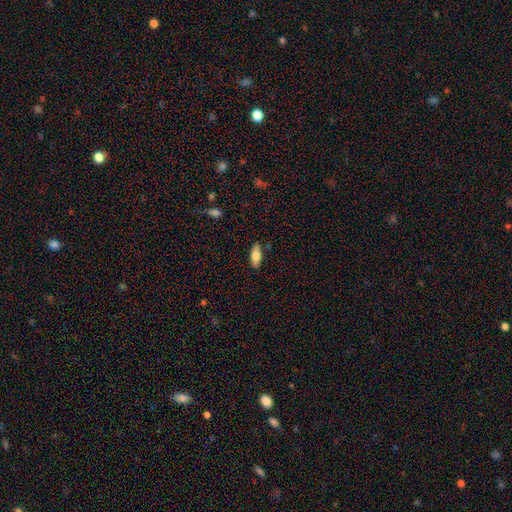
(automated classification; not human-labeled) Q: Smooth or featured?
A: smooth (75%); runner-up: featured or disk (18%)
Q: How rounded?
A: in between (78%); runner-up: cigar-shaped (19%)
Q: Merging?
A: none (86%); runner-up: minor disturbance (11%)